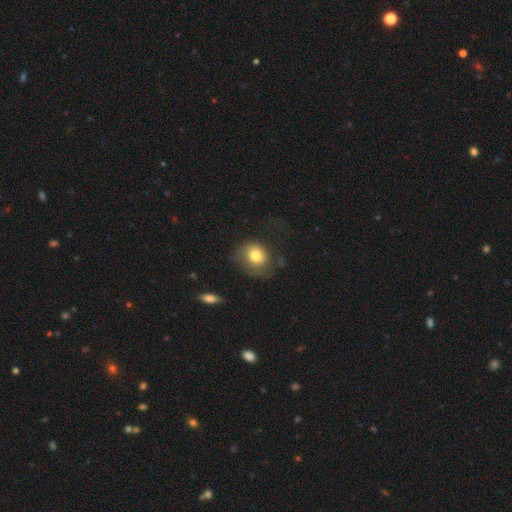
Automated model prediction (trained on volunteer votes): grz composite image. It shows a smooth galaxy with no disk features (74%) that is round (66%). Merging: none (47%).